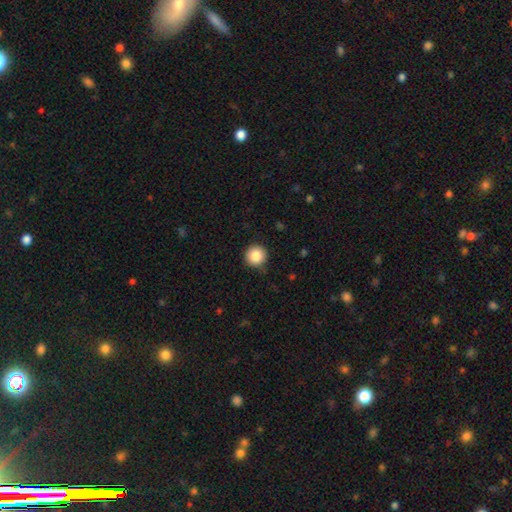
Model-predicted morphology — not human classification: type=smooth (86%); roundness=round (96%); merging=none (90%).